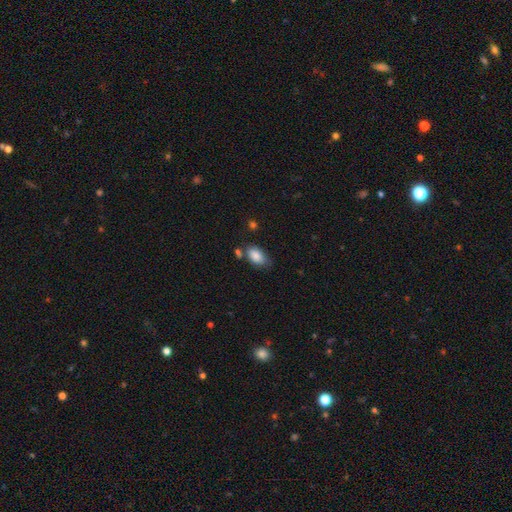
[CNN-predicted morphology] Smooth or featured?
  - smooth: 85% *
  - featured or disk: 8%
  - star or artifact: 7%
How rounded?
  - in between: 91% *
  - round: 7%
  - cigar-shaped: 2%
Merging?
  - none: 55% *
  - minor disturbance: 28%
  - merger: 10%
  - major disturbance: 7%